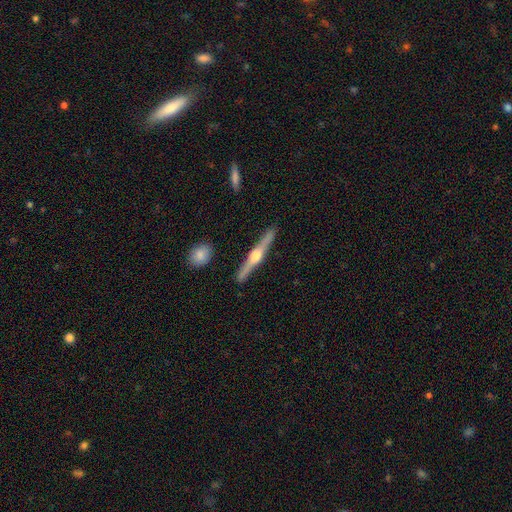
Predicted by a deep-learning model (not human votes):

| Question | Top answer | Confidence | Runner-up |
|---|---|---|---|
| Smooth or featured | featured or disk | 80% | smooth (15%) |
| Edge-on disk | yes | 98% | no (2%) |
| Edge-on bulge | rounded | 95% | boxy (3%) |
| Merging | none | 91% | minor disturbance (6%) |